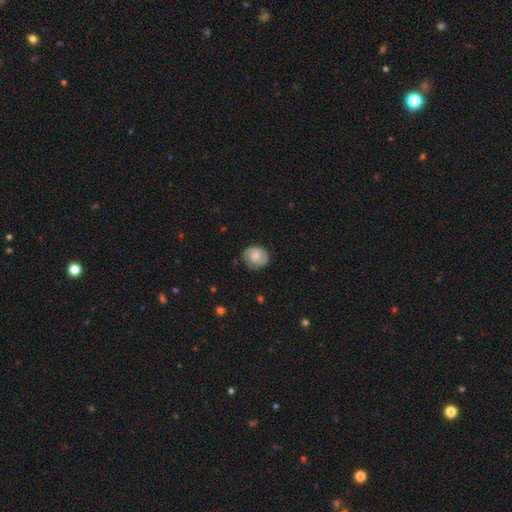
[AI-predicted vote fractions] Smooth or featured: smooth — 52% (featured or disk — 41%)
How rounded: round — 68% (in between — 31%)
Merging: none — 76% (minor disturbance — 19%)